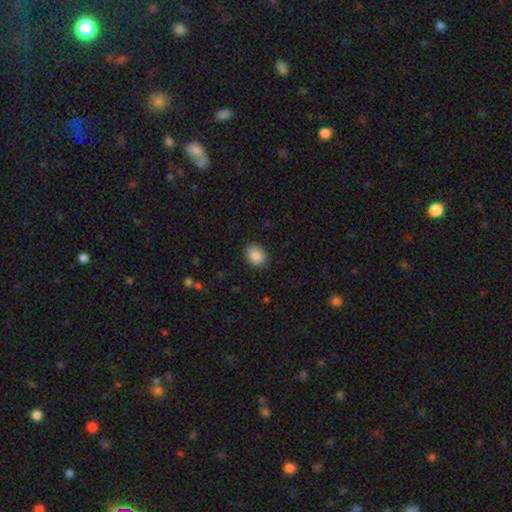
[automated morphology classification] Smooth or featured? Predicted: smooth (p=0.88). How rounded? Predicted: in between (p=0.62). Merging? Predicted: none (p=0.89).